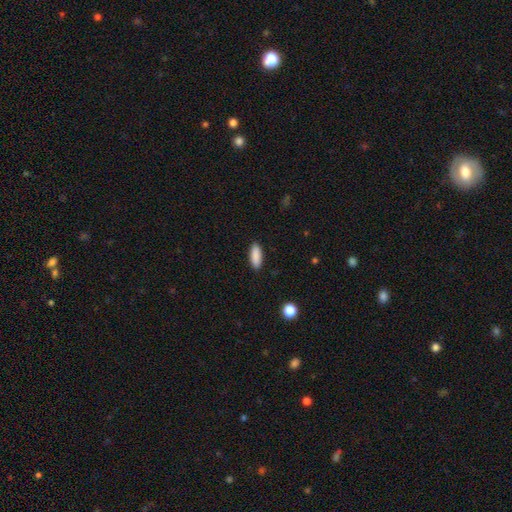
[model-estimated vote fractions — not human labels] smooth 90%, star or artifact 6%, featured or disk 4%. Down the decision tree: how rounded — in between (70%); merging — none (90%).